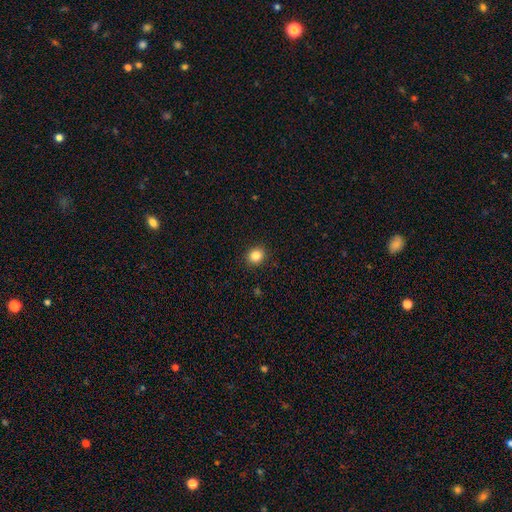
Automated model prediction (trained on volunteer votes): A smooth galaxy with no disk features (85%) that is round (83%).

Vote fractions:
- Smooth or featured? smooth: 85% / star or artifact: 11% / featured or disk: 4%
- How rounded? round: 83% / in between: 17% / cigar-shaped: 1%
- Merging? none: 91% / minor disturbance: 6% / major disturbance: 2% / merger: 1%